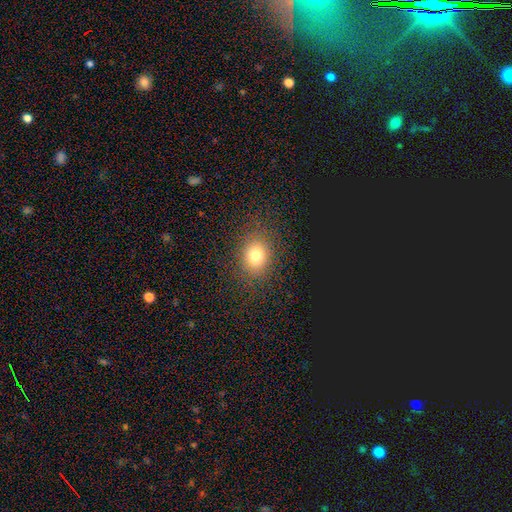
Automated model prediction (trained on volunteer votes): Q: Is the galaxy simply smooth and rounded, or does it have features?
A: smooth — 75%.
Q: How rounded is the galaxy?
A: in between — 50%.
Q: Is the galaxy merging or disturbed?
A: none — 85%.